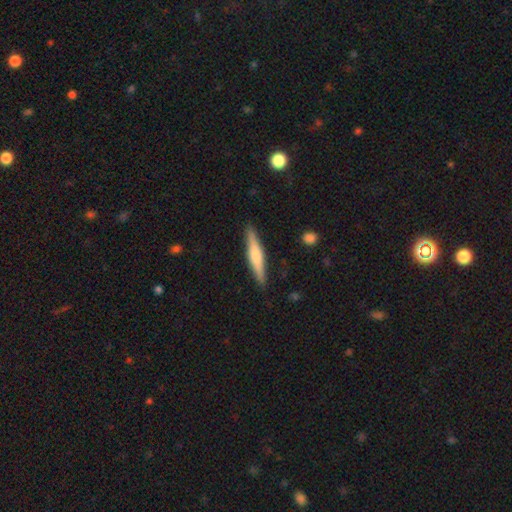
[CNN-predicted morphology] smooth_or_featured: featured or disk (p=0.51) [alt: smooth p=0.44]
disk_edge_on: yes (p=0.97) [alt: no p=0.03]
merging: none (p=0.89) [alt: minor disturbance p=0.08]